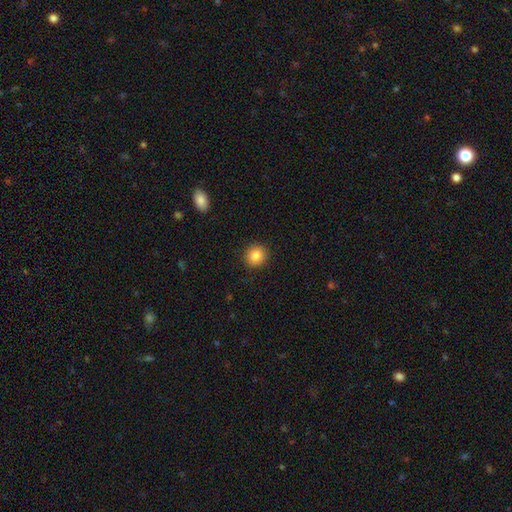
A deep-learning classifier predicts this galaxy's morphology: Smooth or featured? smooth (84%)
How rounded? round (90%)
Merging? none (91%)